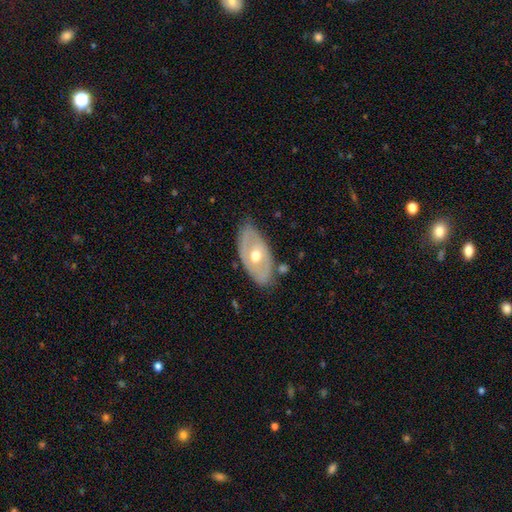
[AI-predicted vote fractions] smooth-or-featured: featured or disk: 61% | smooth: 34% | star or artifact: 5%
  disk-edge-on: no: 85% | yes: 15%
    bar: no: 82% | weak: 14% | strong: 4%
    has-spiral-arms: no: 71% | yes: 29%
    bulge-size: moderate: 77% | small: 16% | large: 5% | dominant: 1% | none: 1%
  merging: none: 73% | minor disturbance: 19% | major disturbance: 5% | merger: 3%